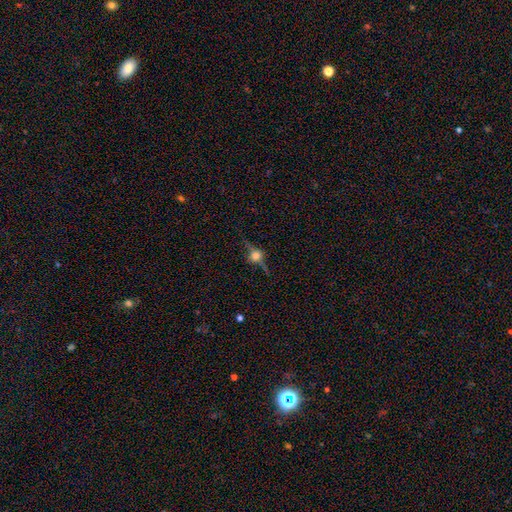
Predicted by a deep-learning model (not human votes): Smooth or featured?
  - featured or disk: 64% *
  - smooth: 19%
  - star or artifact: 17%
Edge-on disk?
  - yes: 91% *
  - no: 9%
Edge-on bulge?
  - rounded: 93% *
  - boxy: 5%
  - none: 2%
Merging?
  - none: 81% *
  - minor disturbance: 12%
  - major disturbance: 5%
  - merger: 2%